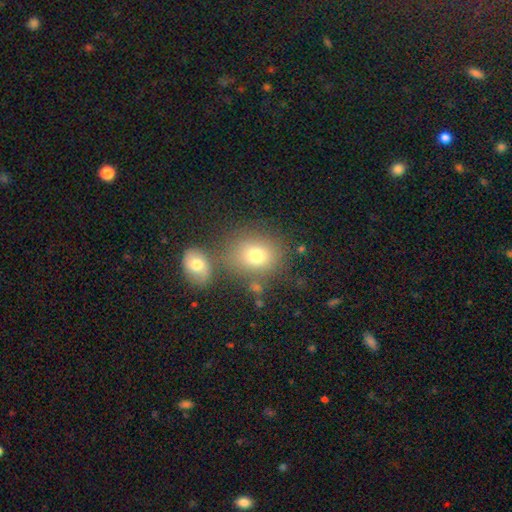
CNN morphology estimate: Overall: smooth (75%). How rounded: round (64%; in between 35%). Merging: none (67%).